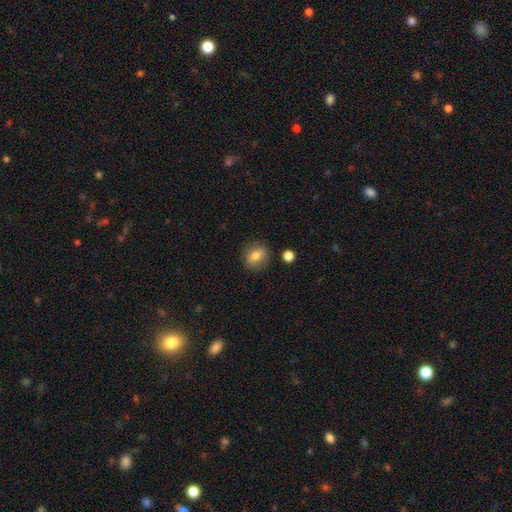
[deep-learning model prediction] Smooth or featured? smooth (79%)
How rounded? round (62%)
Merging? none (85%)